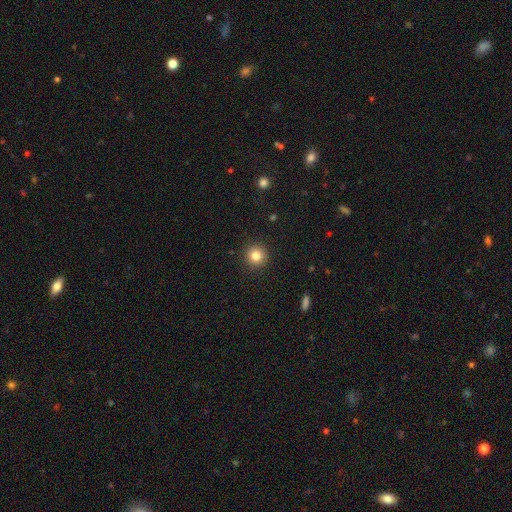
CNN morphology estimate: Smooth or featured: smooth — 83% (star or artifact — 11%)
How rounded: round — 95% (in between — 4%)
Merging: none — 92% (minor disturbance — 5%)